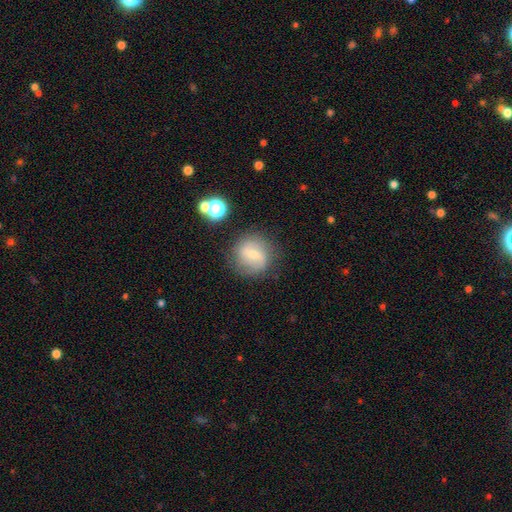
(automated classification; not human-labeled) This appears to be a featured or disk galaxy (51%). Merging: none (75%).